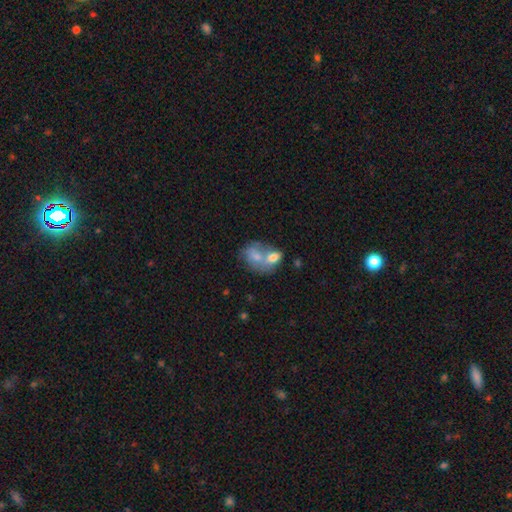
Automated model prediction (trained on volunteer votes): Q: Smooth or featured?
A: smooth (67%); runner-up: featured or disk (25%)
Q: How rounded?
A: in between (69%); runner-up: round (29%)
Q: Merging?
A: merger (68%); runner-up: none (18%)